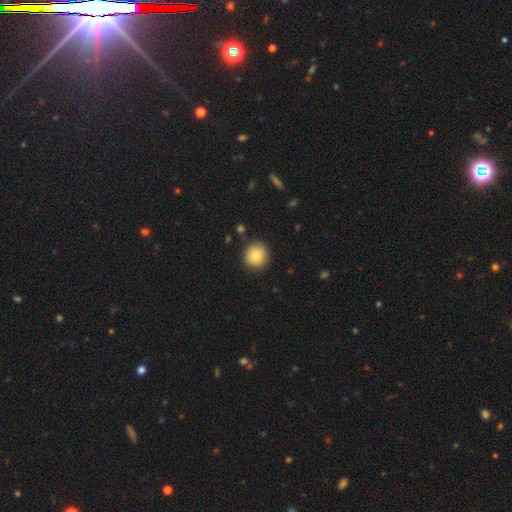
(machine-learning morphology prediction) smooth 80%, featured or disk 12%, star or artifact 9%. Down the decision tree: how rounded — round (92%); merging — none (87%).